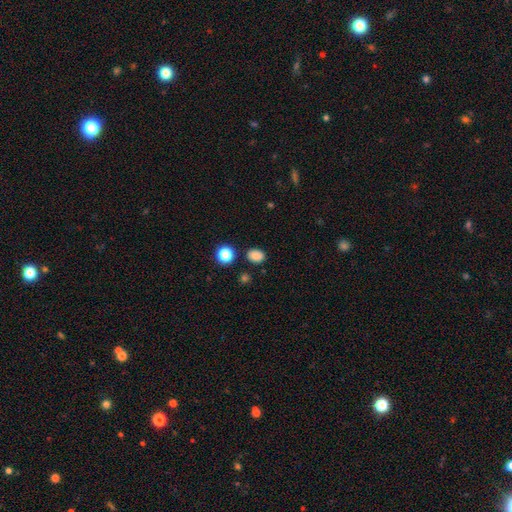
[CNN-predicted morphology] Smooth or featured? Predicted: smooth (p=0.84). How rounded? Predicted: in between (p=0.61). Merging? Predicted: none (p=0.84).